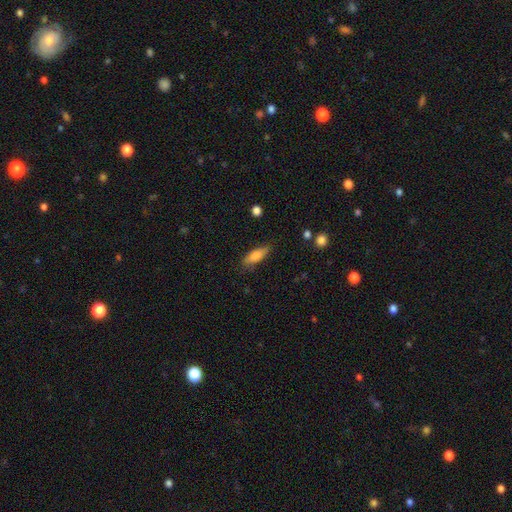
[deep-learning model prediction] Smooth or featured?
  - smooth: 79% *
  - featured or disk: 14%
  - star or artifact: 7%
How rounded?
  - in between: 60% *
  - cigar-shaped: 37%
  - round: 2%
Merging?
  - none: 79% *
  - minor disturbance: 16%
  - major disturbance: 4%
  - merger: 2%